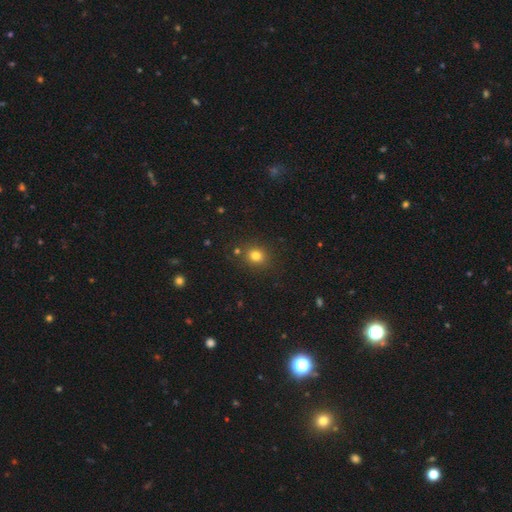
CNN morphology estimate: Smooth or featured?
  - smooth: 79% *
  - star or artifact: 15%
  - featured or disk: 7%
How rounded?
  - round: 71% *
  - in between: 28%
  - cigar-shaped: 1%
Merging?
  - none: 81% *
  - minor disturbance: 10%
  - merger: 6%
  - major disturbance: 3%